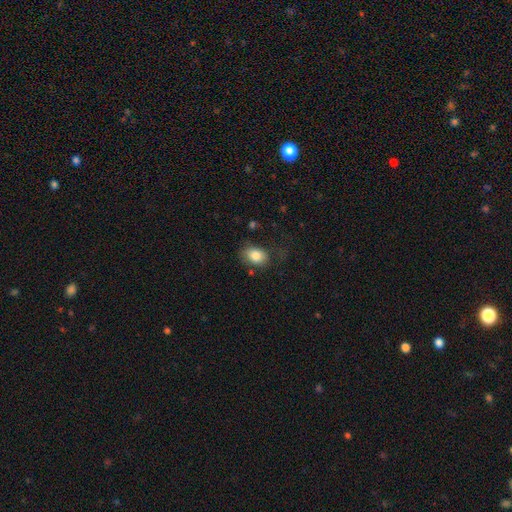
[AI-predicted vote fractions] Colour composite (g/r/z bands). It shows a smooth galaxy with no disk features (83%) that is in between round and cigar-shaped (75%). Merging: none (65%).